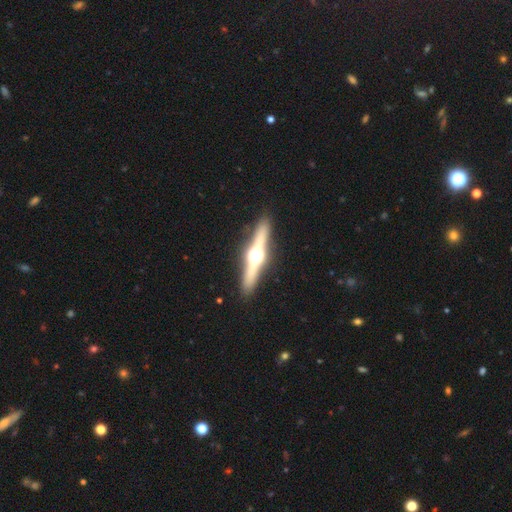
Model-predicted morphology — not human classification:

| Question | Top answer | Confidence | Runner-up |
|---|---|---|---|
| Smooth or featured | featured or disk | 74% | smooth (19%) |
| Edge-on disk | yes | 97% | no (3%) |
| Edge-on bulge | rounded | 96% | boxy (2%) |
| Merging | none | 90% | minor disturbance (7%) |